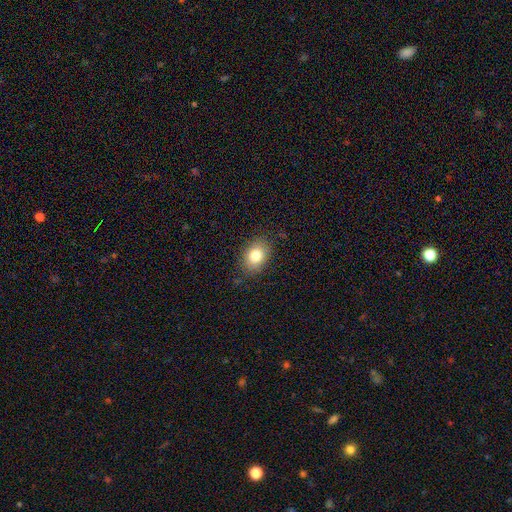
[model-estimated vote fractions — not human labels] Morphology: type=smooth (81%); roundness=in between (75%); merging=none (83%).